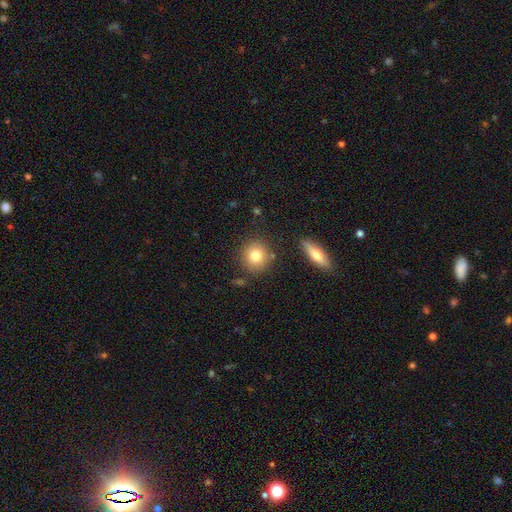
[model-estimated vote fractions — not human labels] Smooth or featured?
  - smooth: 79% *
  - featured or disk: 11%
  - star or artifact: 9%
How rounded?
  - round: 88% *
  - in between: 11%
  - cigar-shaped: 1%
Merging?
  - none: 83% *
  - minor disturbance: 9%
  - merger: 5%
  - major disturbance: 3%